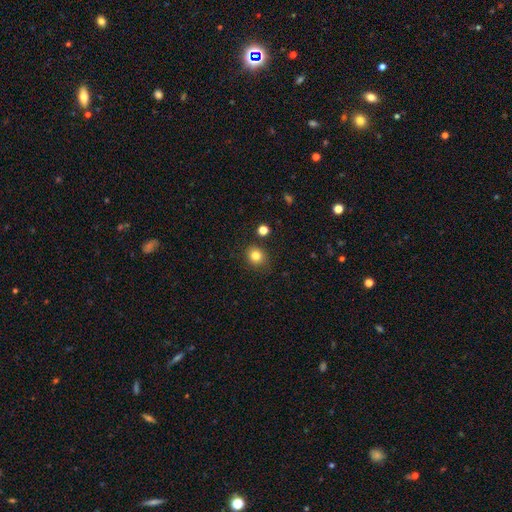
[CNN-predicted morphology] type=smooth (82%); roundness=round (80%); merging=none (84%).